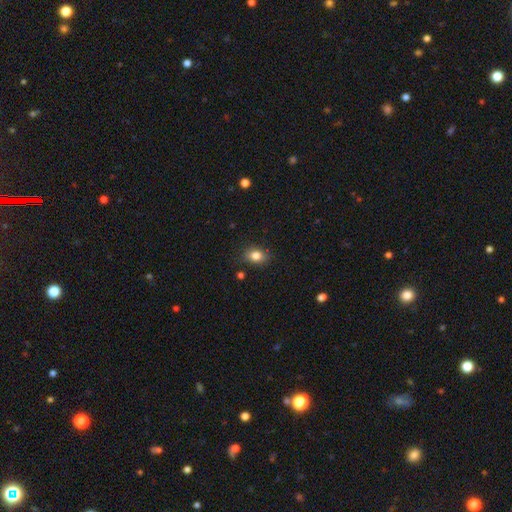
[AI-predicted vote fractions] The model was most divided on "how rounded": in between: 65%, round: 34%, cigar-shaped: 1%. More confident: smooth or featured — smooth (83%); merging — none (82%).